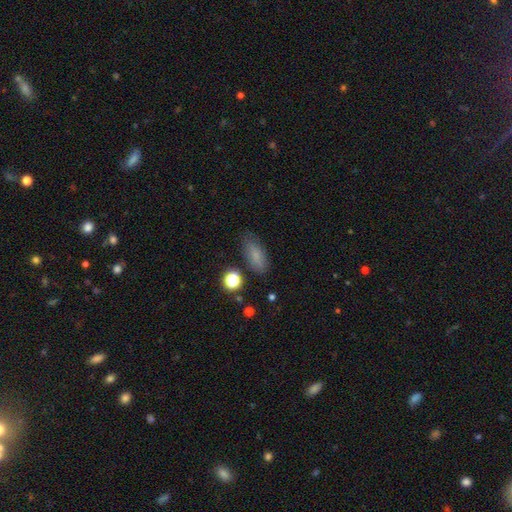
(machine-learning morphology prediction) Smooth or featured? Predicted: smooth (p=0.77). How rounded? Predicted: in between (p=0.79). Merging? Predicted: none (p=0.78).